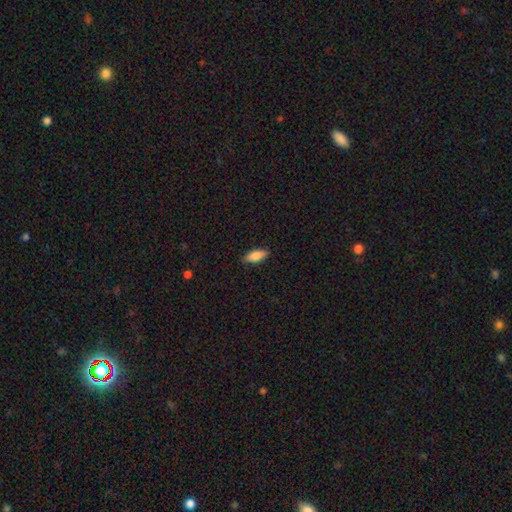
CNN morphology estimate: smooth_or_featured: smooth (p=0.86) [alt: featured or disk p=0.08]
how_rounded: in between (p=0.78) [alt: cigar-shaped p=0.20]
merging: none (p=0.87) [alt: minor disturbance p=0.10]